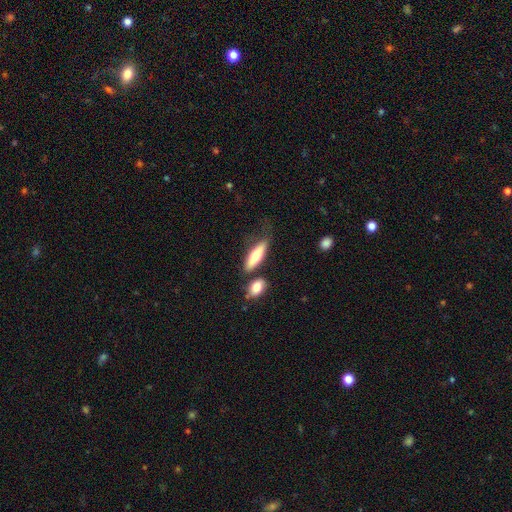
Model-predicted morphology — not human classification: Smooth or featured? Predicted: smooth (p=0.68). How rounded? Predicted: cigar-shaped (p=0.50). Merging? Predicted: none (p=0.56).